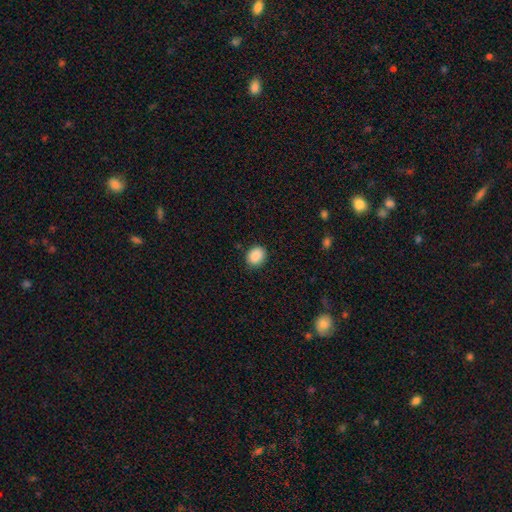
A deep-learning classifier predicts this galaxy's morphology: Smooth or featured? smooth (89%)
How rounded? round (52%)
Merging? none (88%)